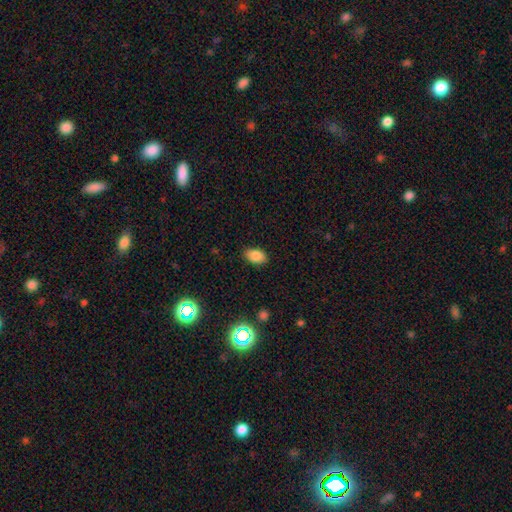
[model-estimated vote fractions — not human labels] This appears to be a smooth galaxy with no disk features (85%) that is in between round and cigar-shaped (90%). Merging: none (87%).